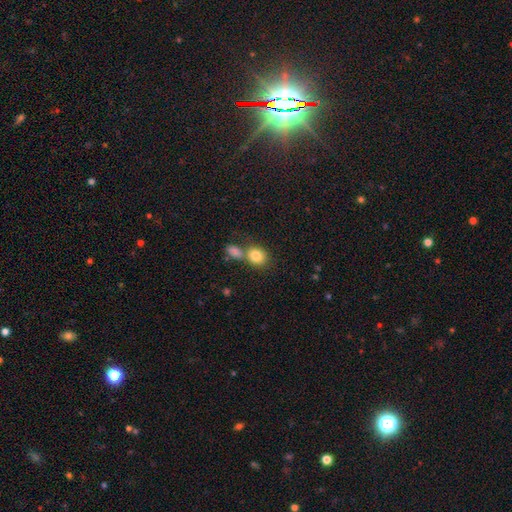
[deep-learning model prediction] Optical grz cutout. It shows a smooth galaxy with no disk features (83%) that is round (58%). Merging: none (47%).